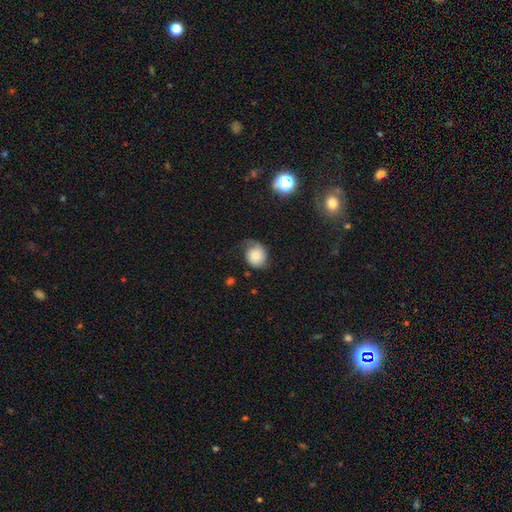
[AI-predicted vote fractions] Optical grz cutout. It shows a smooth galaxy with no disk features (57%) that is round (63%). Merging: none (42%).